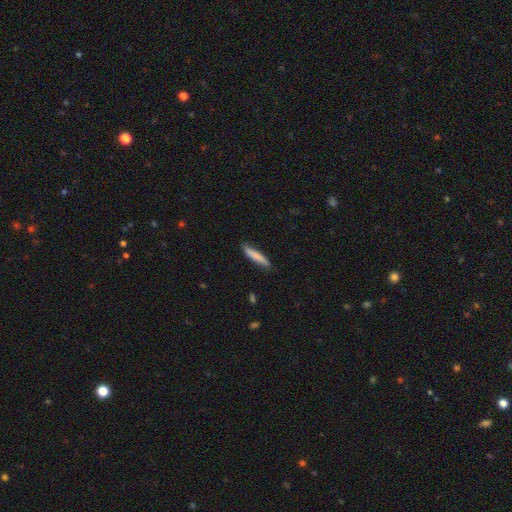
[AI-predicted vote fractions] Morphology: type=smooth (76%); roundness=cigar-shaped (91%); merging=none (79%).